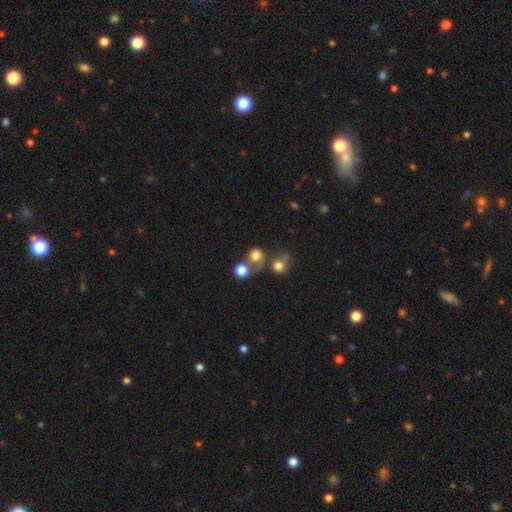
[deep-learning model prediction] Q: Smooth or featured?
A: smooth (75%); runner-up: star or artifact (14%)
Q: How rounded?
A: round (85%); runner-up: in between (14%)
Q: Merging?
A: none (46%); runner-up: merger (37%)